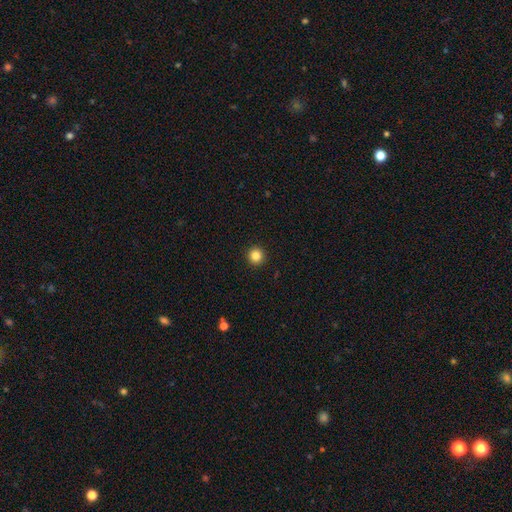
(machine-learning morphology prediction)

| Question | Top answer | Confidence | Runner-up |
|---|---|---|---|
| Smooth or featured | smooth | 84% | star or artifact (11%) |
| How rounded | round | 95% | in between (4%) |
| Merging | none | 94% | minor disturbance (4%) |